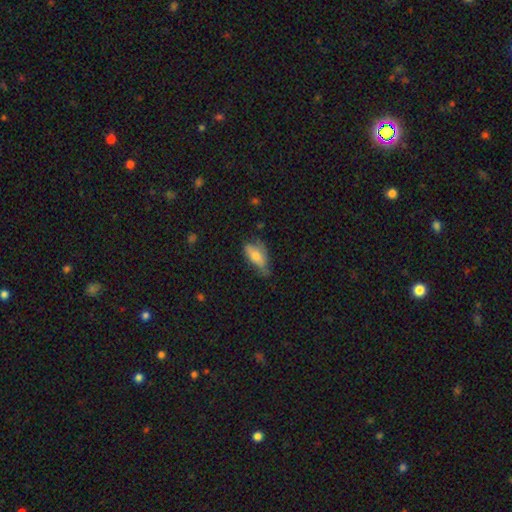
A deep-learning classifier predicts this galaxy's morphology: A smooth galaxy with no disk features (66%) that is in between round and cigar-shaped (84%).

Vote fractions:
- Smooth or featured? smooth: 66% / featured or disk: 26% / star or artifact: 7%
- How rounded? in between: 84% / cigar-shaped: 12% / round: 4%
- Merging? none: 45% / minor disturbance: 38% / major disturbance: 14% / merger: 3%